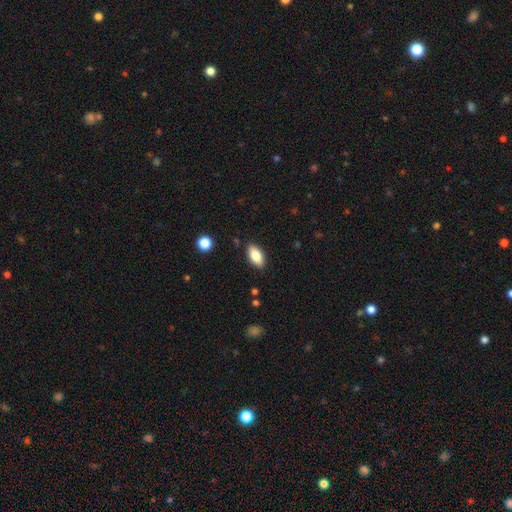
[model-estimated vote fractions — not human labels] Smooth or featured? smooth (80%)
How rounded? in between (89%)
Merging? none (87%)